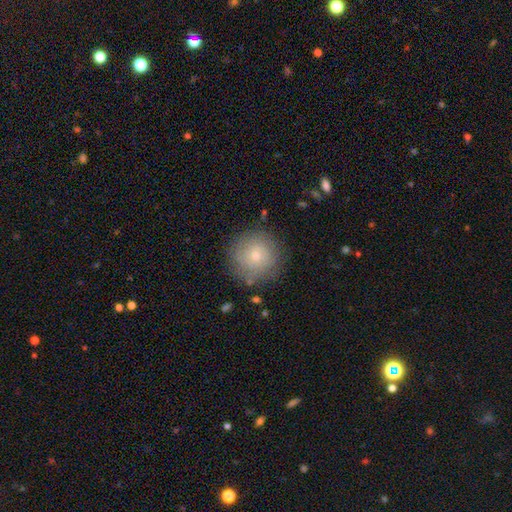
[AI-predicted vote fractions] This is likely a smooth galaxy (66%). How rounded: clearly round (95%). Merging: clearly none (81%).